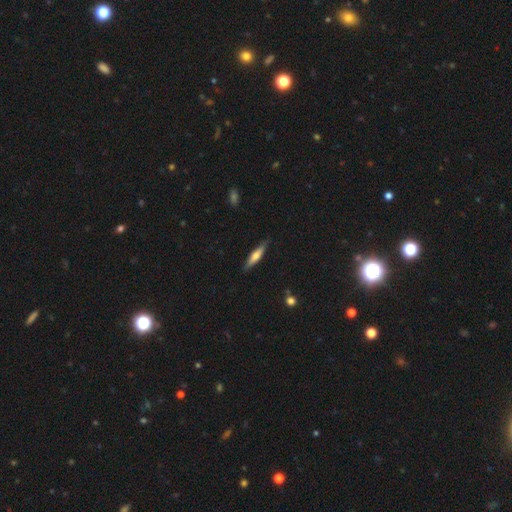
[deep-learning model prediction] A smooth galaxy with no disk features (52%) that is cigar-shaped (84%). Merging: none (86%).